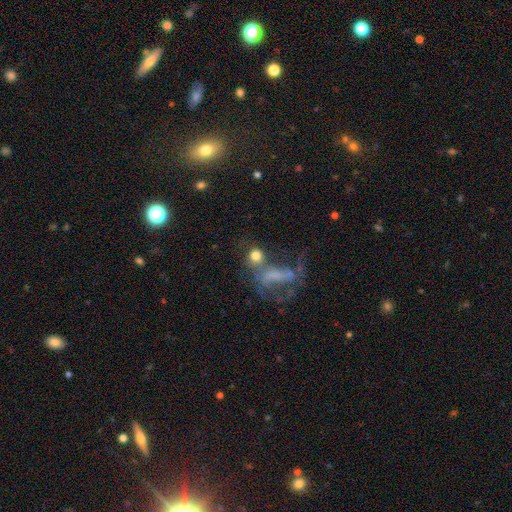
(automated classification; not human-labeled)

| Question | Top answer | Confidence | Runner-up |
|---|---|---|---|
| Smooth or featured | smooth | 63% | featured or disk (23%) |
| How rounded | round | 79% | in between (18%) |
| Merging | none | 36% | merger (34%) |